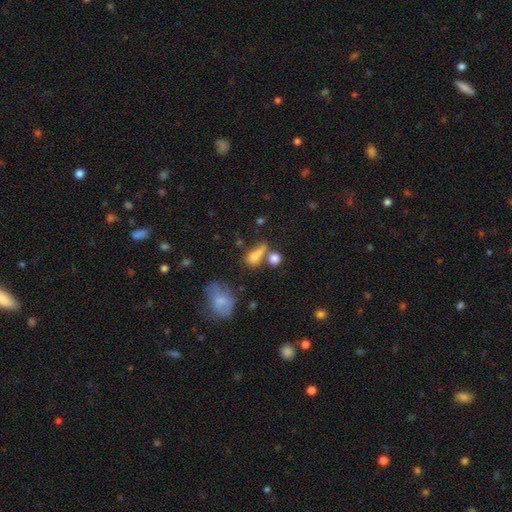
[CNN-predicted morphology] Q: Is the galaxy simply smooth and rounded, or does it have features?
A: smooth — 68%.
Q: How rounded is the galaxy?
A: in between — 52%.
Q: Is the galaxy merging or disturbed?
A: none — 39%.